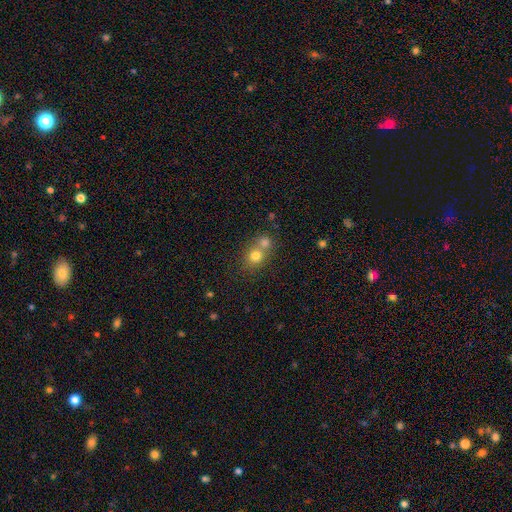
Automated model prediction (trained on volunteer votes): This appears to be a smooth galaxy with no disk features (76%) that is round (79%). Merging: merger (52%).